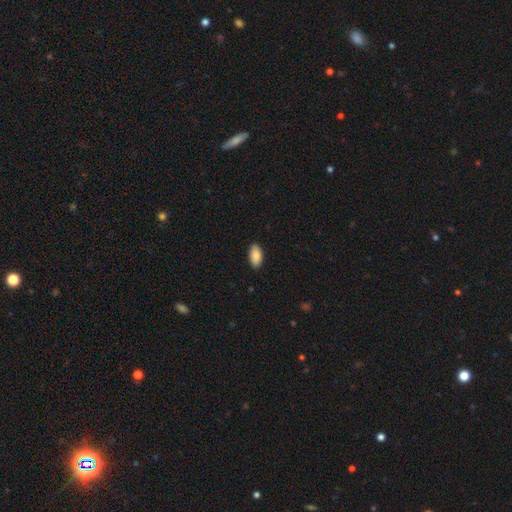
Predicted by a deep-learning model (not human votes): The model was most divided on "smooth or featured": smooth: 87%, featured or disk: 7%, star or artifact: 6%. More confident: how rounded — in between (94%); merging — none (89%).